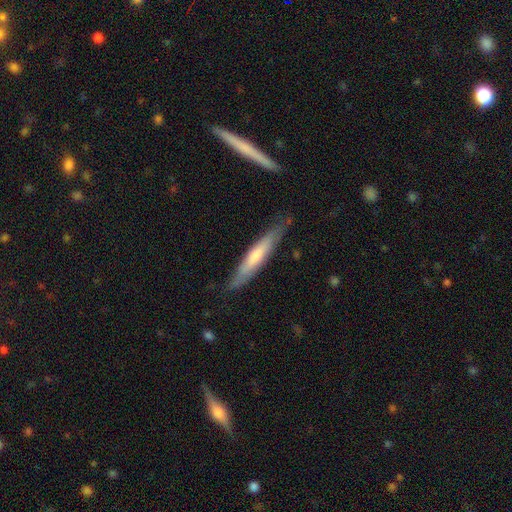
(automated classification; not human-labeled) The model was most divided on "smooth or featured": smooth: 54%, featured or disk: 40%, star or artifact: 5%. More confident: how rounded — cigar-shaped (91%); merging — none (80%).